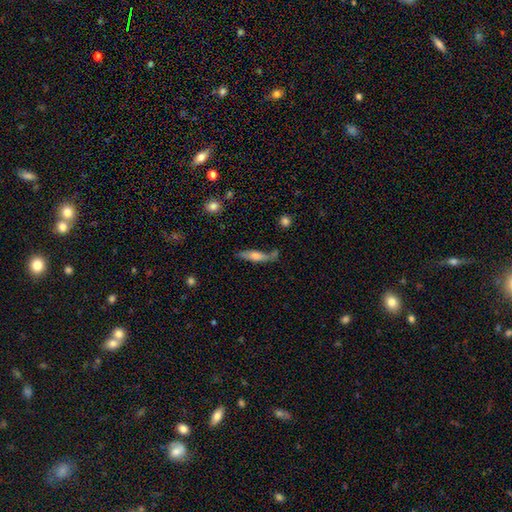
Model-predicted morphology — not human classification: This appears to be a featured or disk galaxy (46%, tied with smooth). Merging: none (65%).